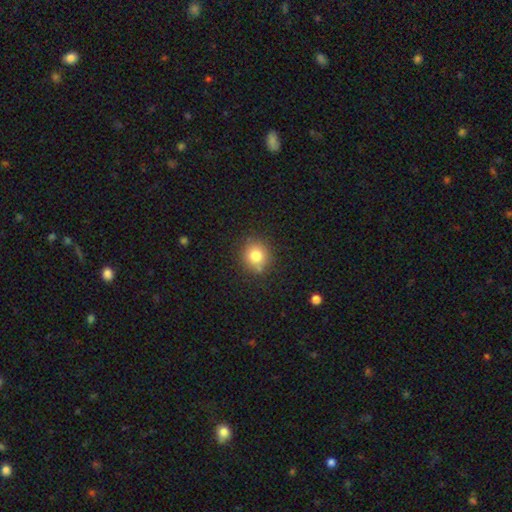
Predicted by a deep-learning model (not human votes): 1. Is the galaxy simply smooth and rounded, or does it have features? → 80% smooth, 12% star or artifact, 9% featured or disk.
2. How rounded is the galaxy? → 87% round, 12% in between, 1% cigar-shaped.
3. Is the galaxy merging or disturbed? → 81% none, 13% minor disturbance, 4% merger, 3% major disturbance.